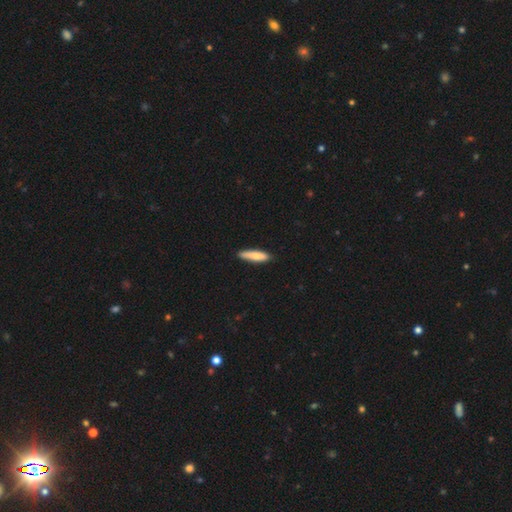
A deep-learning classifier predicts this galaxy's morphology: Smooth or featured? smooth (78%)
How rounded? cigar-shaped (79%)
Merging? none (87%)